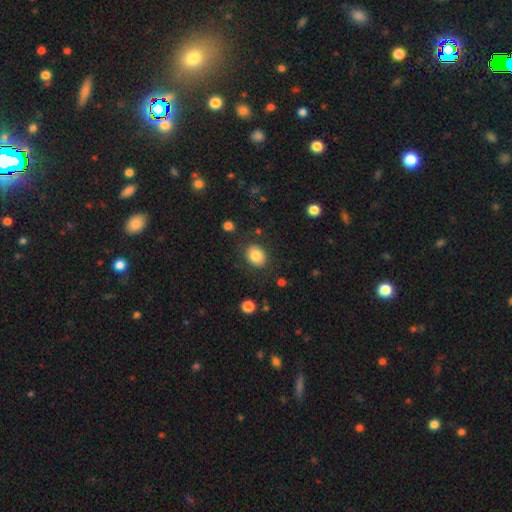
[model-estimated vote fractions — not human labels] Smooth or featured?
  - smooth: 84% *
  - star or artifact: 9%
  - featured or disk: 8%
How rounded?
  - in between: 52% *
  - round: 48%
  - cigar-shaped: 1%
Merging?
  - none: 84% *
  - minor disturbance: 10%
  - major disturbance: 4%
  - merger: 2%